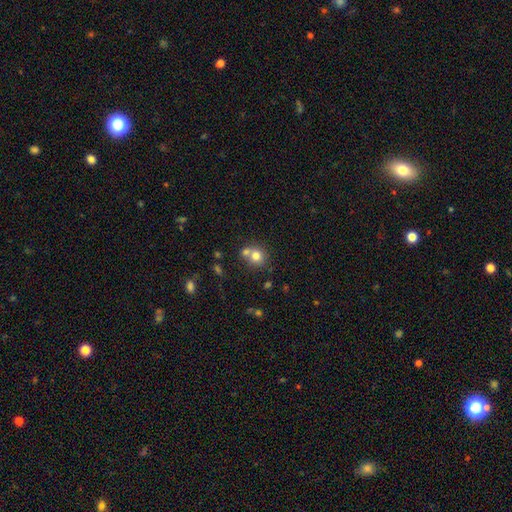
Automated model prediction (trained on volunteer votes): A smooth galaxy with no disk features (75%) that is round (84%).

Vote fractions:
- Smooth or featured? smooth: 75% / featured or disk: 13% / star or artifact: 12%
- How rounded? round: 84% / in between: 15% / cigar-shaped: 1%
- Merging? none: 48% / merger: 40% / minor disturbance: 8% / major disturbance: 3%